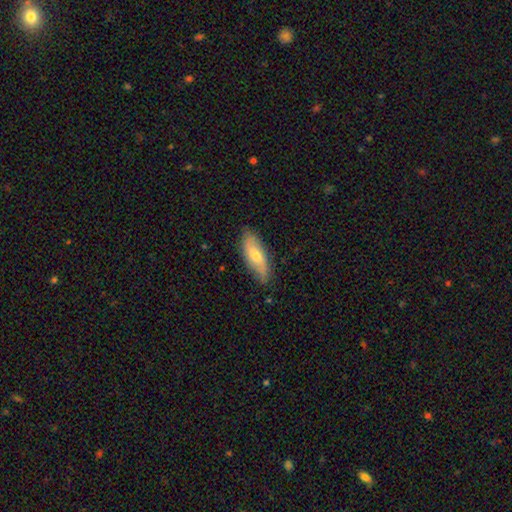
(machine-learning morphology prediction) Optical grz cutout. It shows a smooth galaxy with no disk features (53%) that is in between round and cigar-shaped (68%). Merging: none (80%).